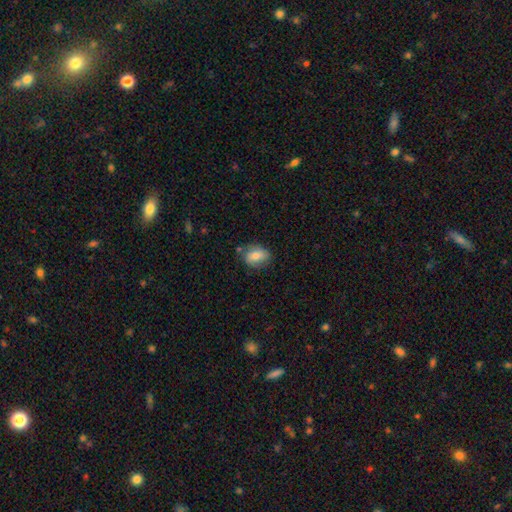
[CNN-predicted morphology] smooth_or_featured: smooth (p=0.77) [alt: featured or disk p=0.15]
how_rounded: in between (p=0.72) [alt: round p=0.27]
merging: none (p=0.72) [alt: minor disturbance p=0.20]